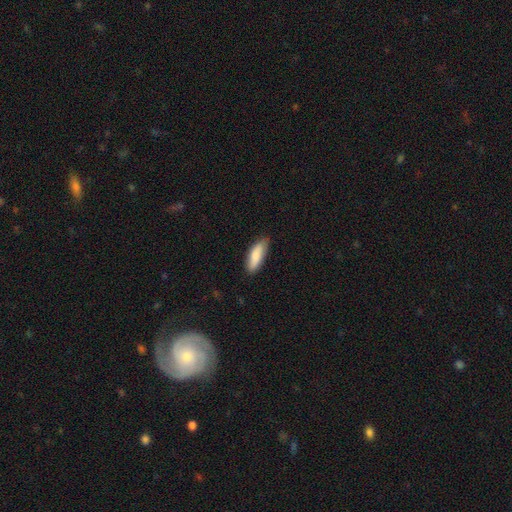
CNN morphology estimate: Smooth or featured? smooth (84%)
How rounded? in between (61%)
Merging? none (79%)